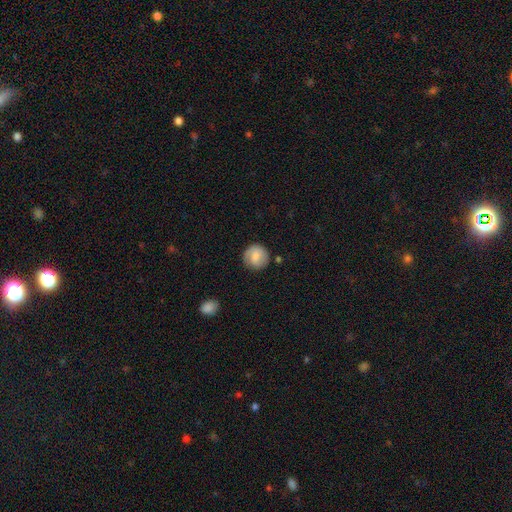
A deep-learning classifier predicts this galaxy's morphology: This appears to be a smooth galaxy with no disk features (71%) that is round (92%). Merging: none (81%).